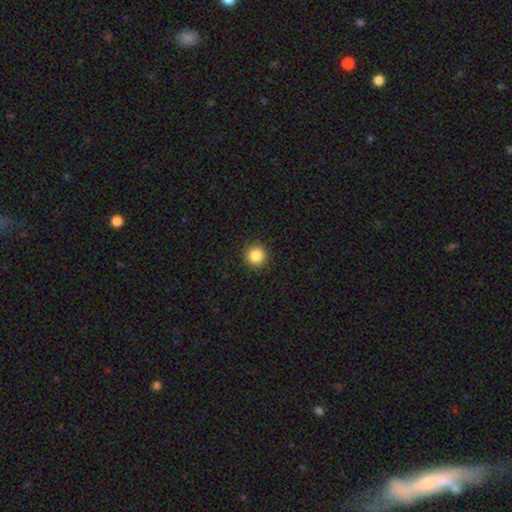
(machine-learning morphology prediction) A smooth galaxy with no disk features (86%) that is round (94%).

Vote fractions:
- Smooth or featured? smooth: 86% / star or artifact: 10% / featured or disk: 4%
- How rounded? round: 94% / in between: 5% / cigar-shaped: 1%
- Merging? none: 92% / minor disturbance: 5% / major disturbance: 2% / merger: 1%